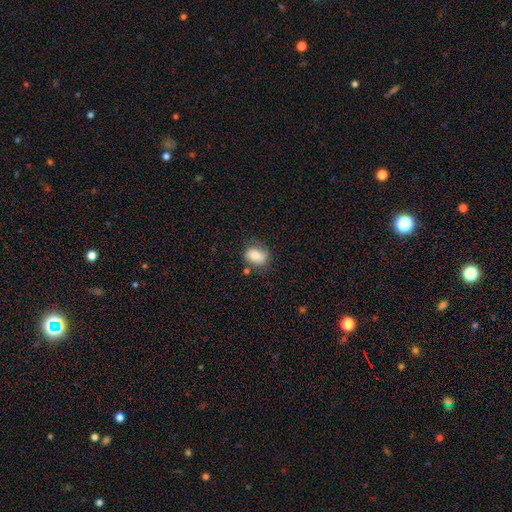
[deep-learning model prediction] Smooth or featured?
  - smooth: 77% *
  - featured or disk: 14%
  - star or artifact: 9%
How rounded?
  - in between: 67% *
  - round: 32%
  - cigar-shaped: 1%
Merging?
  - none: 66% *
  - minor disturbance: 23%
  - major disturbance: 7%
  - merger: 5%